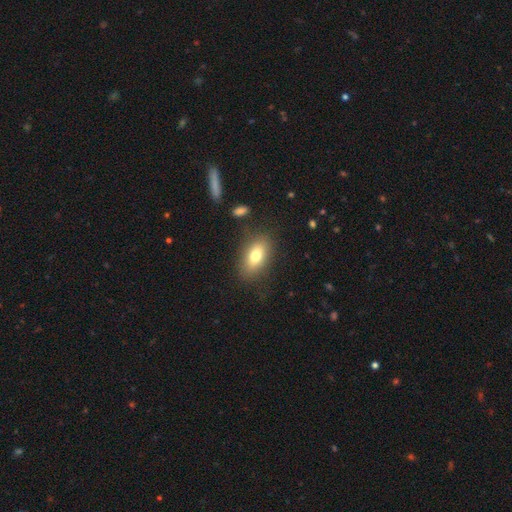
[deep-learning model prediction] Smooth or featured?
  - smooth: 76% *
  - featured or disk: 16%
  - star or artifact: 9%
How rounded?
  - in between: 86% *
  - round: 8%
  - cigar-shaped: 6%
Merging?
  - none: 81% *
  - minor disturbance: 12%
  - major disturbance: 4%
  - merger: 2%